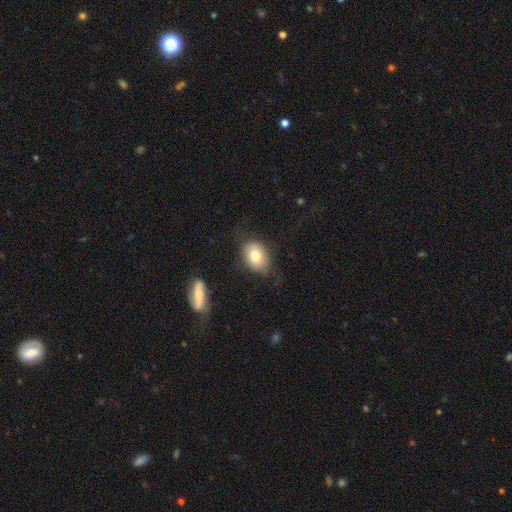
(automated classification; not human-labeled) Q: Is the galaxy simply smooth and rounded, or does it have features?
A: smooth — 76%.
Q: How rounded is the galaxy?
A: in between — 66%.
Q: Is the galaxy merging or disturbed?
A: none — 68%.